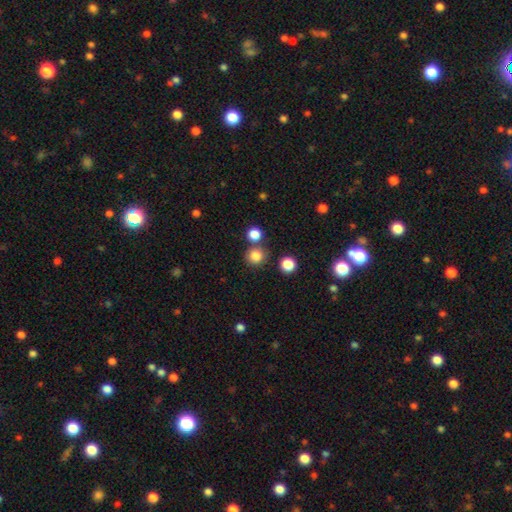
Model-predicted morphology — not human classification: A smooth galaxy with no disk features (82%) that is round (91%).

Vote fractions:
- Smooth or featured? smooth: 82% / star or artifact: 13% / featured or disk: 5%
- How rounded? round: 91% / in between: 8% / cigar-shaped: 1%
- Merging? none: 76% / merger: 14% / minor disturbance: 8% / major disturbance: 3%